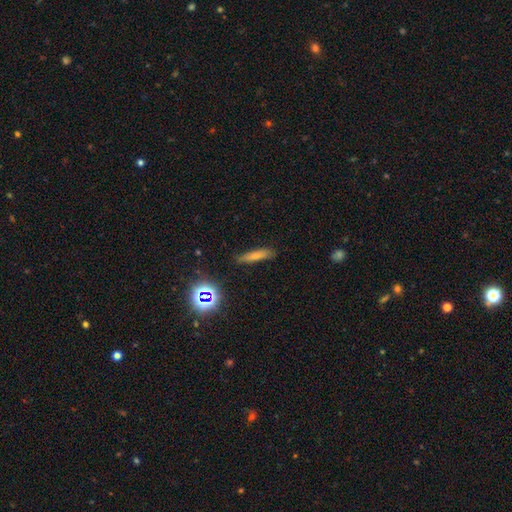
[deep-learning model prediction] Overall: smooth (69%). How rounded: cigar-shaped (81%). Merging: none (83%).